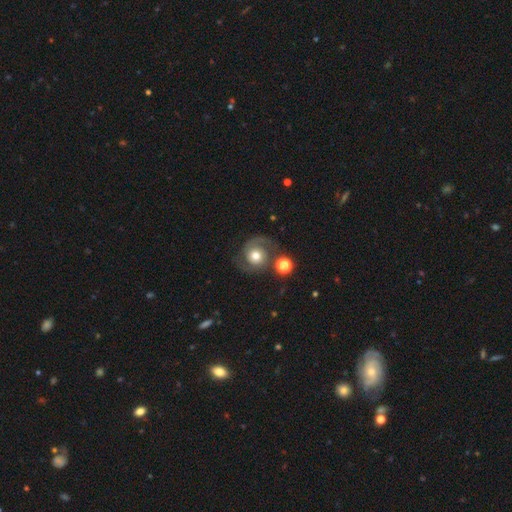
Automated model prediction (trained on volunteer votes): Smooth or featured: featured or disk — 70% (smooth — 22%)
Edge-on disk: no — 98% (yes — 2%)
Bar: no — 78% (weak — 18%)
Spiral arms: yes — 92% (no — 8%)
Spiral winding: medium — 49% (tight — 28%)
Spiral arm count: 2 — 85% (1 — 8%)
Bulge size: moderate — 67% (large — 18%)
Merging: none — 66% (minor disturbance — 15%)